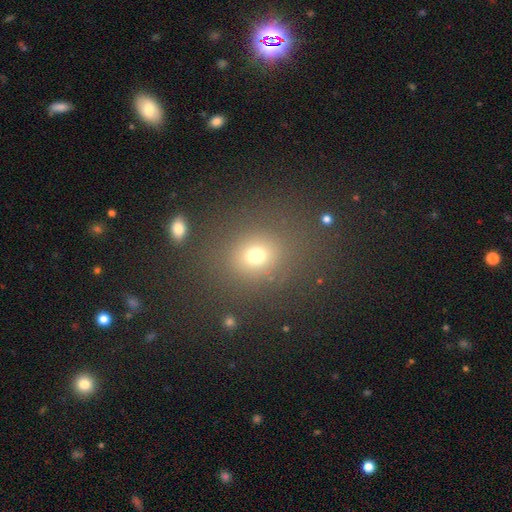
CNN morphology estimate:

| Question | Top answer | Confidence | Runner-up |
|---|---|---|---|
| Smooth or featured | smooth | 72% | star or artifact (20%) |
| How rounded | round | 72% | in between (27%) |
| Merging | none | 78% | minor disturbance (10%) |